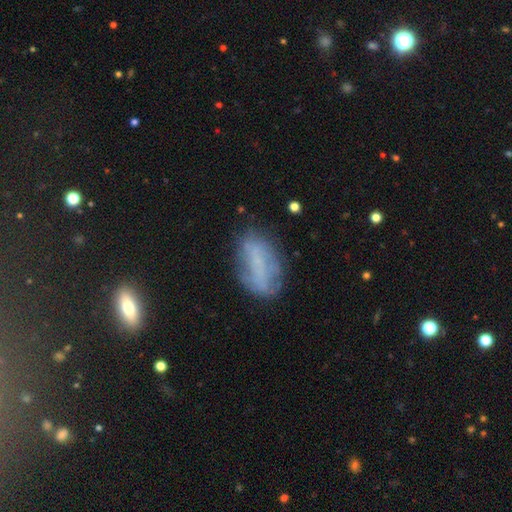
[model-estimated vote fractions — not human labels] Smooth or featured? smooth (50%)
How rounded? in between (86%)
Merging? none (67%)